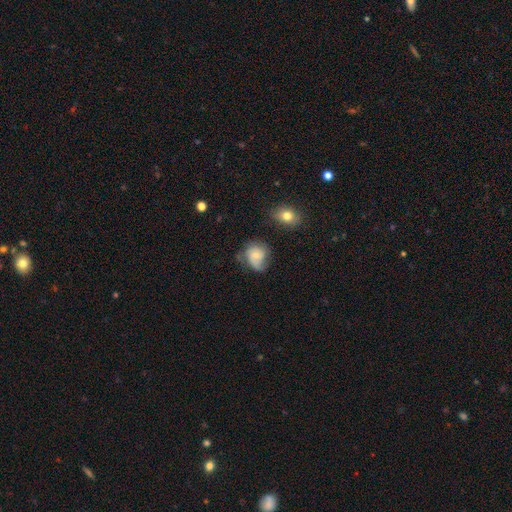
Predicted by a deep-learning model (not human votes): Smooth or featured: featured or disk — 53% (smooth — 39%)
Edge-on disk: no — 97% (yes — 3%)
Bar: no — 68% (weak — 28%)
Spiral arms: yes — 83% (no — 17%)
Bulge size: small — 57% (moderate — 33%)
Merging: none — 45% (minor disturbance — 29%)